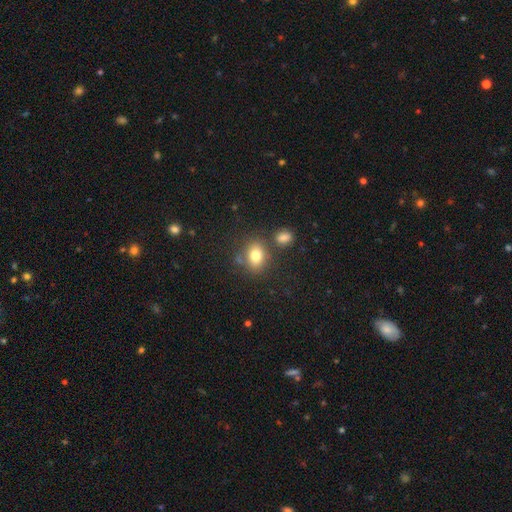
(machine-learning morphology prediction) type=smooth (78%); roundness=in between (59%); merging=none (68%).